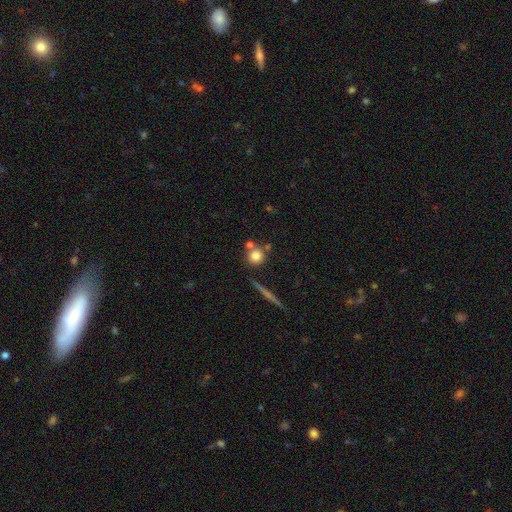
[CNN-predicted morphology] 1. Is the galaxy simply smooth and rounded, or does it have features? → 76% smooth, 12% featured or disk, 11% star or artifact.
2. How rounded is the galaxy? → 91% round, 7% in between, 2% cigar-shaped.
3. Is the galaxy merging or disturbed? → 66% none, 22% merger, 9% minor disturbance, 3% major disturbance.